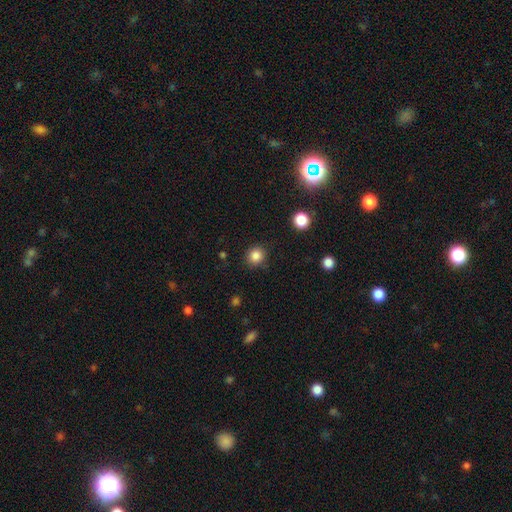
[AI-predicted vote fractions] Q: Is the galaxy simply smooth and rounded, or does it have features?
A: smooth — 85%.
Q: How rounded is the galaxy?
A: round — 87%.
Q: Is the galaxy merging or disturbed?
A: none — 87%.